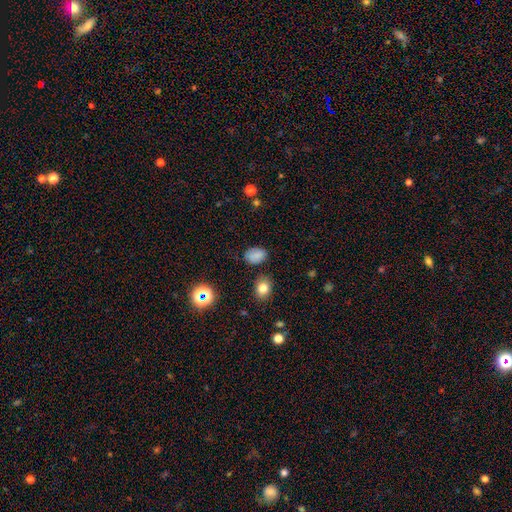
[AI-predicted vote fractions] Overall: smooth (78%). How rounded: in between (79%). Merging: none (79%).